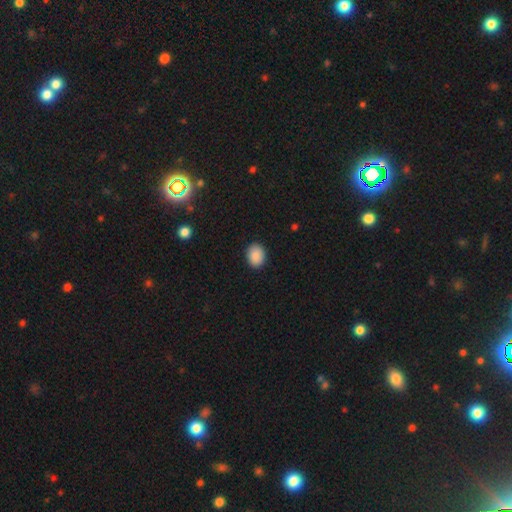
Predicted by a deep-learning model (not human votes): This is clearly a smooth galaxy (90%). How rounded: likely in between (62%). Merging: clearly none (89%).